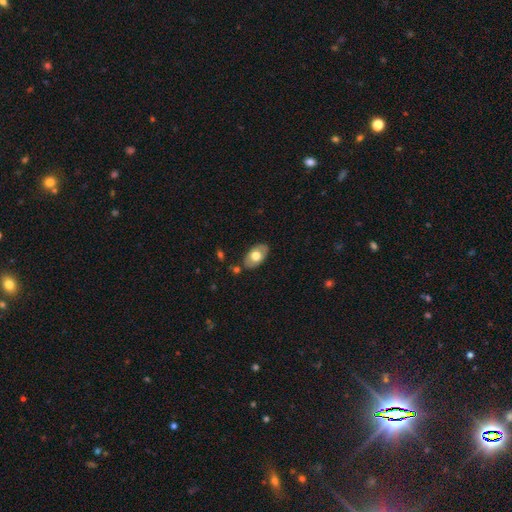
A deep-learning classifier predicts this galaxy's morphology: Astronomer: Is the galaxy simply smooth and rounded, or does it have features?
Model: smooth — 63%.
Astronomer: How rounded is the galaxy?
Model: in between — 92%.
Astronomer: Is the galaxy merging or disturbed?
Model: none — 79%.